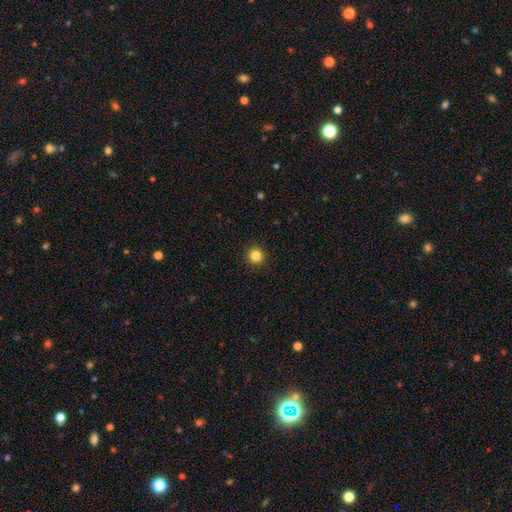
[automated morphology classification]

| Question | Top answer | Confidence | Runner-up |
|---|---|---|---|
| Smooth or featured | smooth | 84% | star or artifact (11%) |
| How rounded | round | 95% | in between (4%) |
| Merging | none | 92% | minor disturbance (5%) |